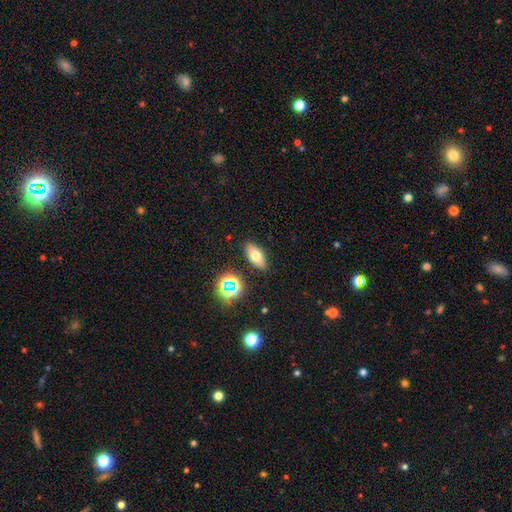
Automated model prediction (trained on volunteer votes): Smooth or featured?
  - smooth: 66% *
  - featured or disk: 21%
  - star or artifact: 13%
How rounded?
  - in between: 80% *
  - cigar-shaped: 13%
  - round: 7%
Merging?
  - none: 87% *
  - minor disturbance: 9%
  - major disturbance: 2%
  - merger: 2%